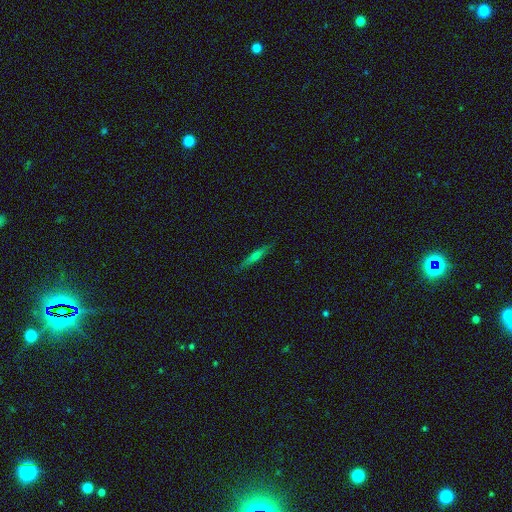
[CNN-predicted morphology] This is possibly a featured or disk galaxy (56%). It is clearly viewed edge-on (96%). Edge-on bulge: likely rounded (75%). Merging: clearly none (88%).